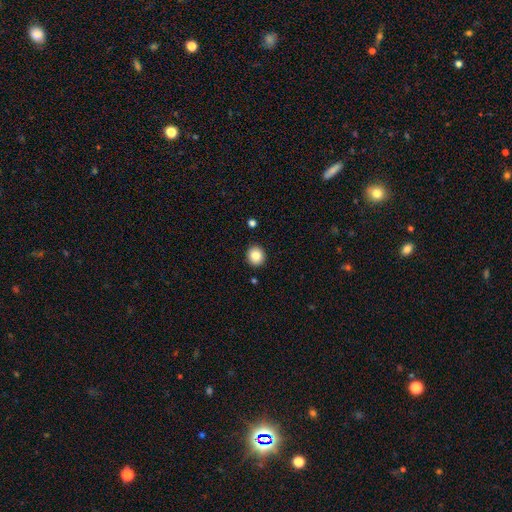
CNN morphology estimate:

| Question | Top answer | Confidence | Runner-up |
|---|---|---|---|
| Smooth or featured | smooth | 84% | star or artifact (9%) |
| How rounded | round | 89% | in between (10%) |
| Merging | none | 91% | minor disturbance (6%) |